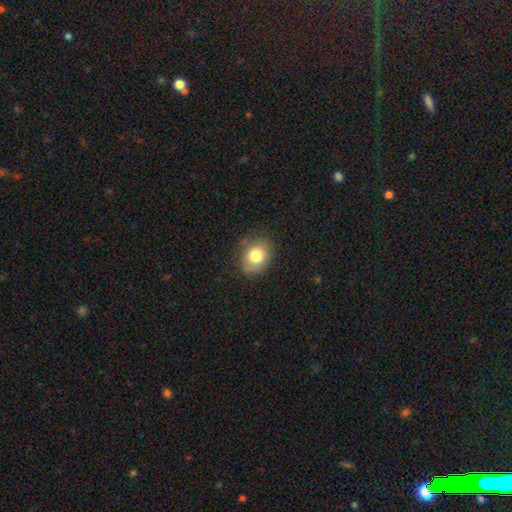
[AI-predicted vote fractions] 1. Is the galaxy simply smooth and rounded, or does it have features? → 78% smooth, 11% featured or disk, 10% star or artifact.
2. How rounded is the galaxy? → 55% round, 44% in between, 1% cigar-shaped.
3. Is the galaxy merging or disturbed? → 77% none, 17% minor disturbance, 4% major disturbance, 1% merger.